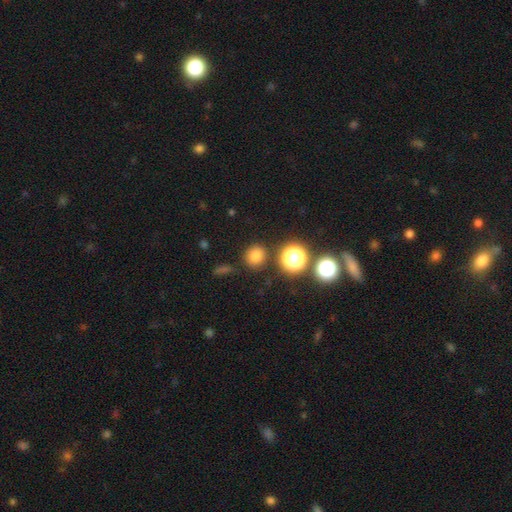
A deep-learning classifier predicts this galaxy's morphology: Smooth or featured: smooth — 77% (star or artifact — 17%)
How rounded: round — 85% (in between — 14%)
Merging: none — 84% (minor disturbance — 9%)